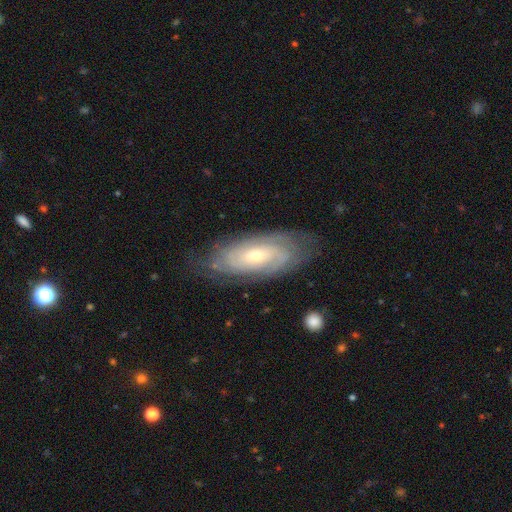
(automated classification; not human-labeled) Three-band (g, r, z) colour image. It shows a featured or disk galaxy (77%) with no bar (64%), tight (70%) spiral arms (91%) and a small central bulge (51%). Merging: none (75%).